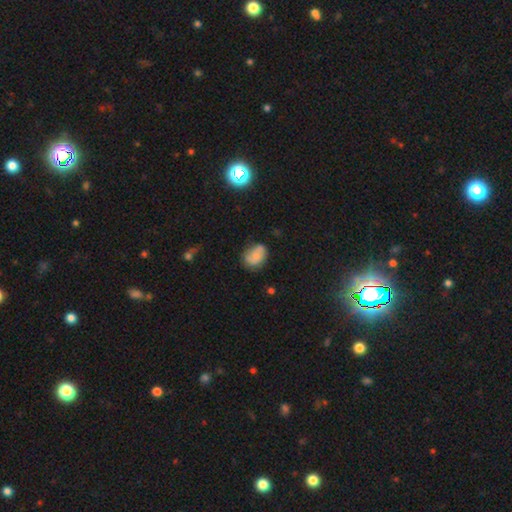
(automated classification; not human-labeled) Overall: smooth (63%; featured or disk 27%). How rounded: in between (65%; round 34%). Merging: none (58%; minor disturbance 28%).